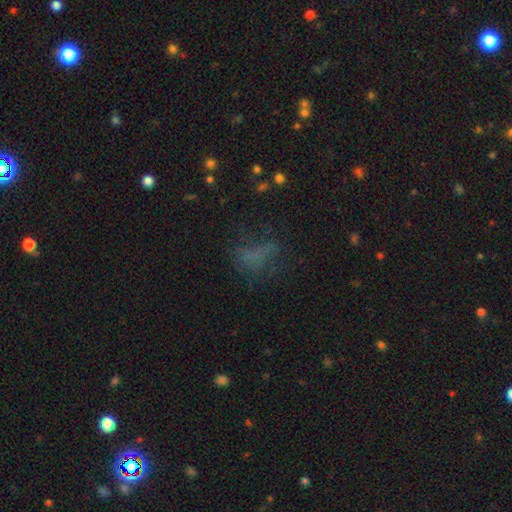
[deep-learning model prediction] Morphology: type=smooth (49%); merging=none (45%).